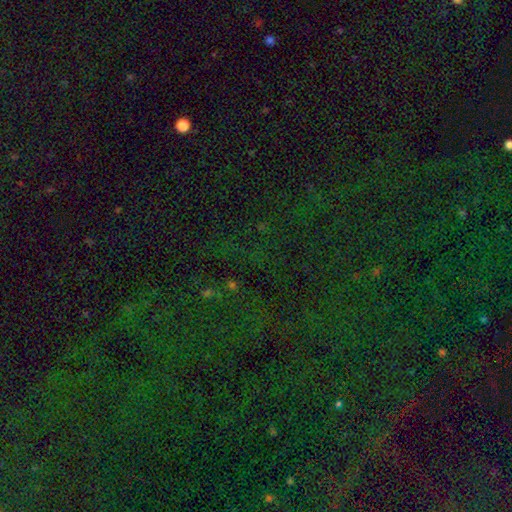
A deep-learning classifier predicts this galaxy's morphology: Smooth or featured? Predicted: star or artifact (p=0.78).